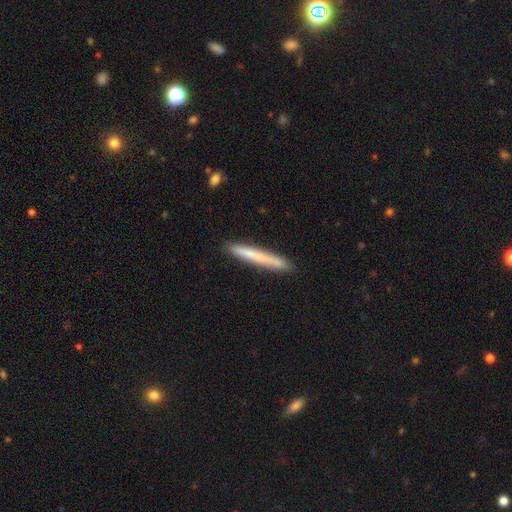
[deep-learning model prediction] Smooth or featured? smooth (68%)
How rounded? cigar-shaped (97%)
Merging? none (89%)